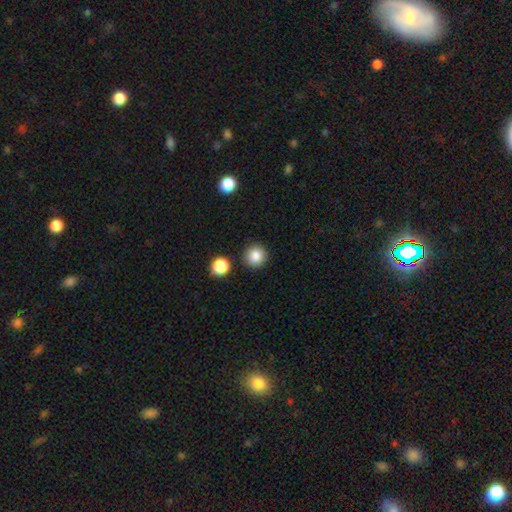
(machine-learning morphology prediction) smooth_or_featured: smooth (p=0.85) [alt: star or artifact p=0.10]
how_rounded: round (p=0.94) [alt: in between p=0.05]
merging: none (p=0.90) [alt: minor disturbance p=0.05]